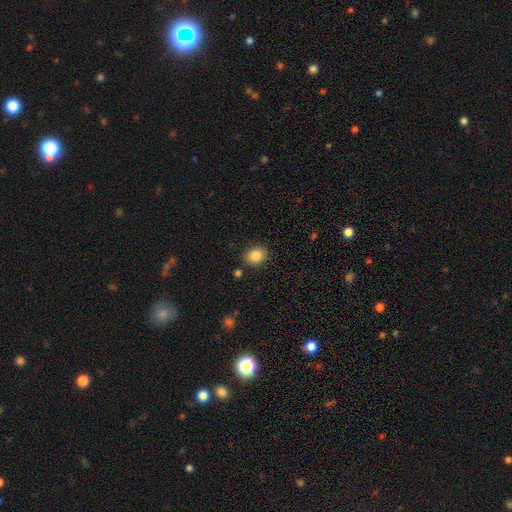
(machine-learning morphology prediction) Q: Smooth or featured?
A: smooth (85%); runner-up: star or artifact (9%)
Q: How rounded?
A: round (55%); runner-up: in between (44%)
Q: Merging?
A: none (87%); runner-up: minor disturbance (8%)